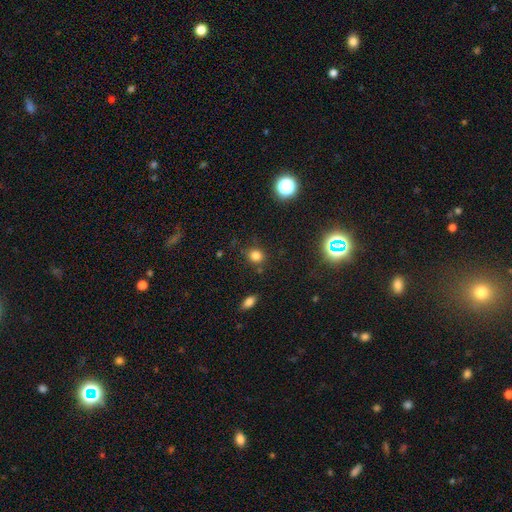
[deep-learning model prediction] Smooth or featured: smooth — 79% (star or artifact — 16%)
How rounded: round — 75% (in between — 23%)
Merging: none — 79% (minor disturbance — 13%)